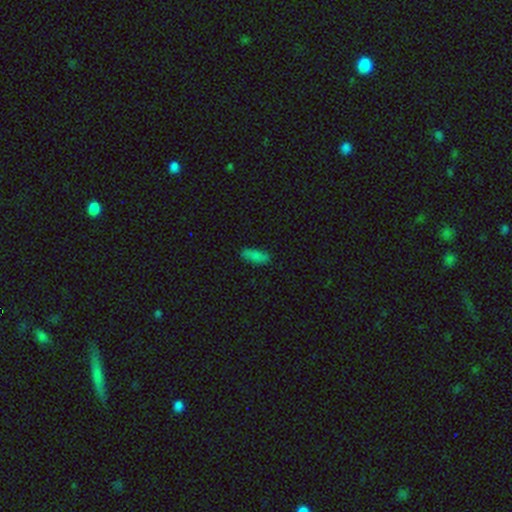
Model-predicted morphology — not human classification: smooth_or_featured: smooth (p=0.81) [alt: star or artifact p=0.10]
how_rounded: in between (p=0.76) [alt: cigar-shaped p=0.21]
merging: none (p=0.79) [alt: minor disturbance p=0.16]